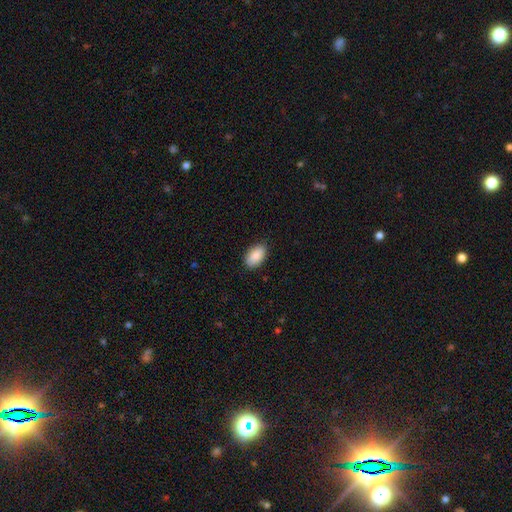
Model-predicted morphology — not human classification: Smooth or featured? smooth (90%)
How rounded? in between (94%)
Merging? none (87%)